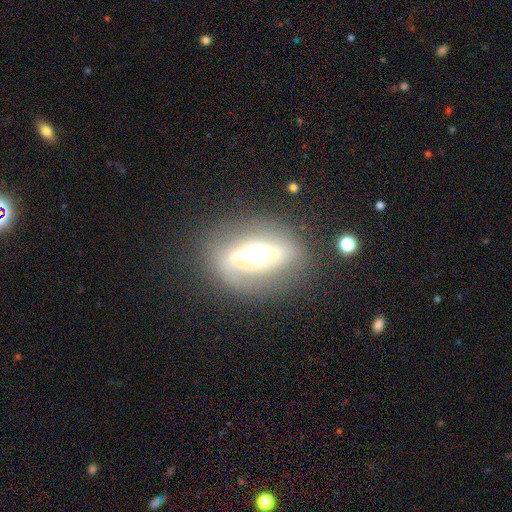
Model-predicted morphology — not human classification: featured or disk 69%, smooth 22%, star or artifact 9%. Down the decision tree: edge-on disk — no (77%); bar — strong (46%); spiral arms — no (55%); bulge size — moderate (56%); merging — none (70%).